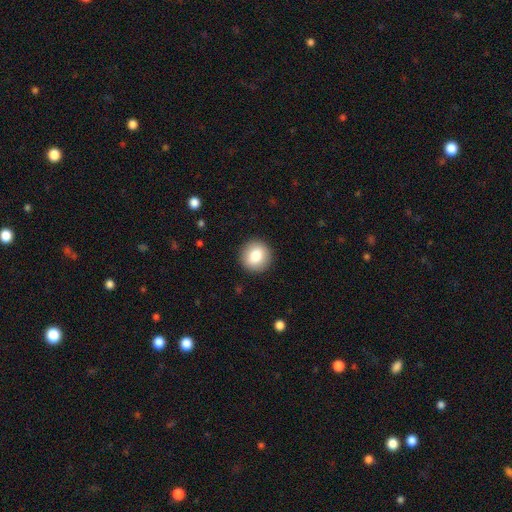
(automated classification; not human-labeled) smooth 82%, featured or disk 10%, star or artifact 8%. Down the decision tree: how rounded — round (92%); merging — none (92%).